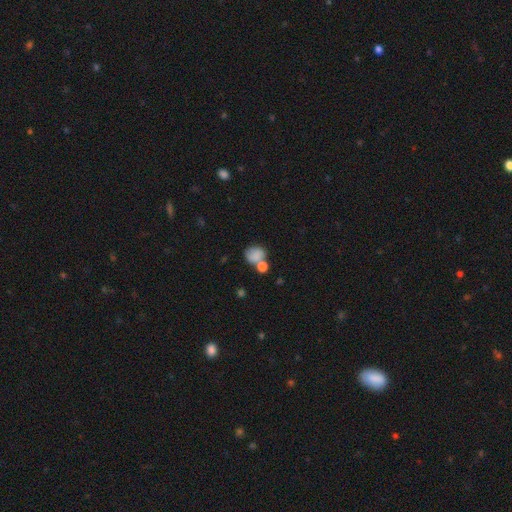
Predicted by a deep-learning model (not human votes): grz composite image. It shows a smooth galaxy with no disk features (79%) that is round (59%). Merging: none (42%).